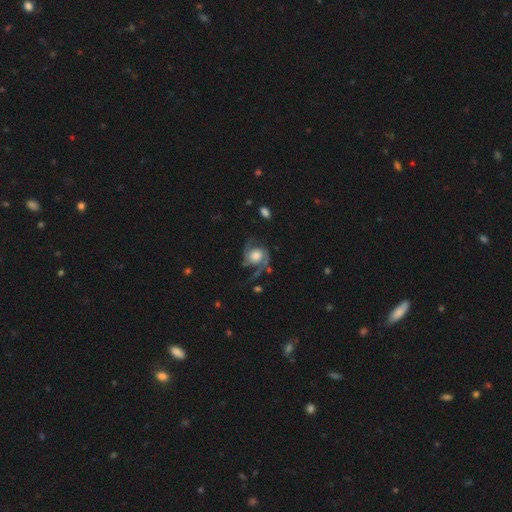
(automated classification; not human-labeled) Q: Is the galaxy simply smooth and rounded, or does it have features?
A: featured or disk — 81%.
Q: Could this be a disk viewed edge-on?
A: no — 98%.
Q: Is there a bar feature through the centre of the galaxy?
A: no — 72%.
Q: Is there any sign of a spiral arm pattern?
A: yes — 95%.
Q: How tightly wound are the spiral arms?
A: medium — 48%.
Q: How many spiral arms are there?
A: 2 — 88%.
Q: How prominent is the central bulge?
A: large — 50%.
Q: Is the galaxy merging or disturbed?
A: none — 61%.